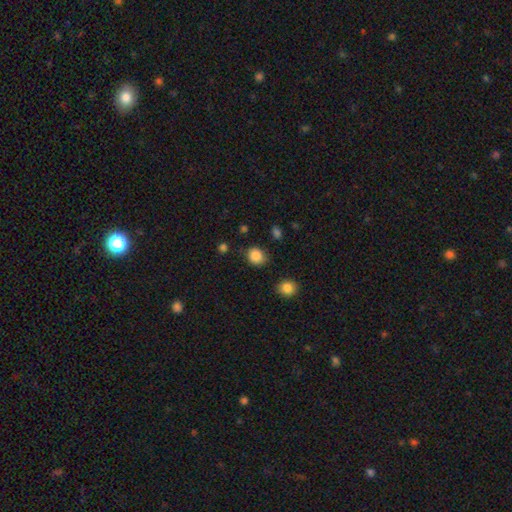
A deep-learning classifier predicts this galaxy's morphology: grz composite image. It shows a smooth galaxy with no disk features (87%) that is round (68%). Merging: none (77%).